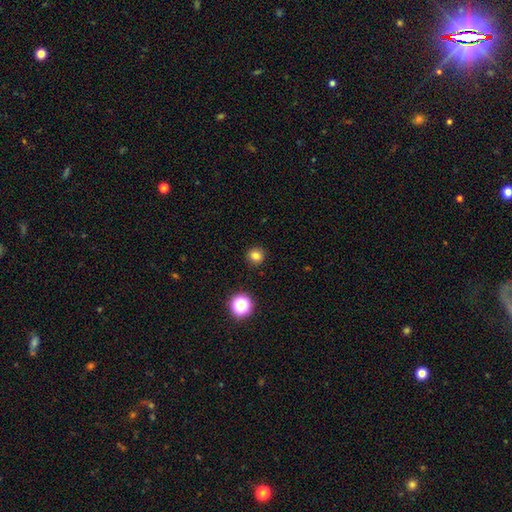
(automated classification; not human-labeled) A smooth galaxy with no disk features (80%) that is round (93%). Merging: none (91%).